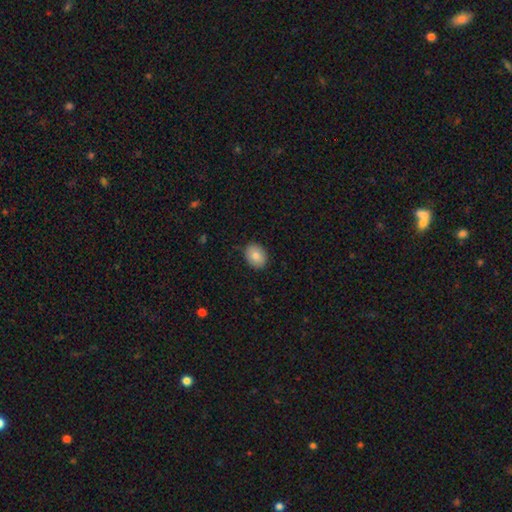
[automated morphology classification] smooth 82%, featured or disk 10%, star or artifact 8%. Down the decision tree: how rounded — in between (57%); merging — none (87%).